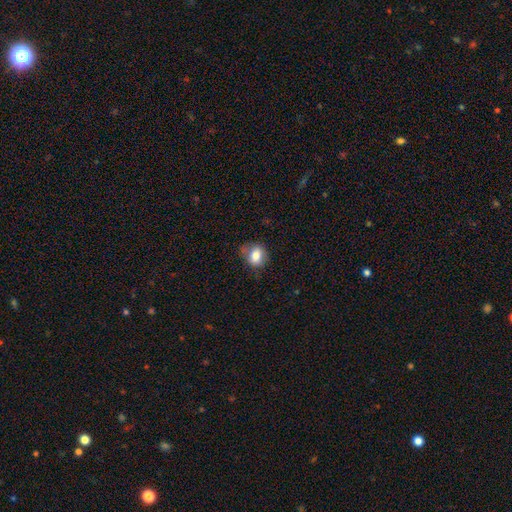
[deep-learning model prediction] A smooth galaxy with no disk features (79%) that is round (52%).

Vote fractions:
- Smooth or featured? smooth: 79% / featured or disk: 11% / star or artifact: 9%
- How rounded? round: 52% / in between: 47% / cigar-shaped: 1%
- Merging? none: 66% / minor disturbance: 25% / major disturbance: 7% / merger: 2%